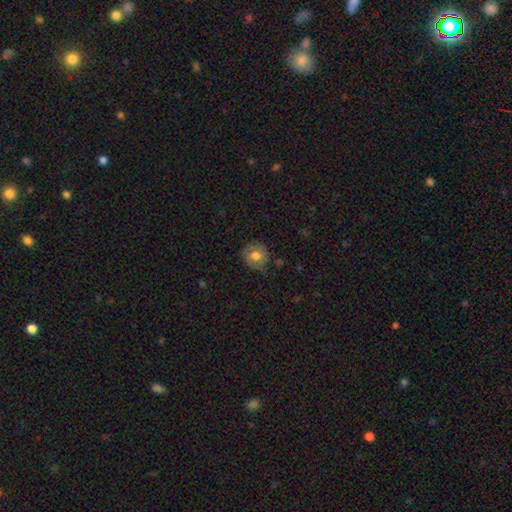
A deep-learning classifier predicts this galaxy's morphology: Q: Smooth or featured?
A: smooth (71%); runner-up: featured or disk (21%)
Q: How rounded?
A: round (84%); runner-up: in between (15%)
Q: Merging?
A: none (72%); runner-up: minor disturbance (22%)